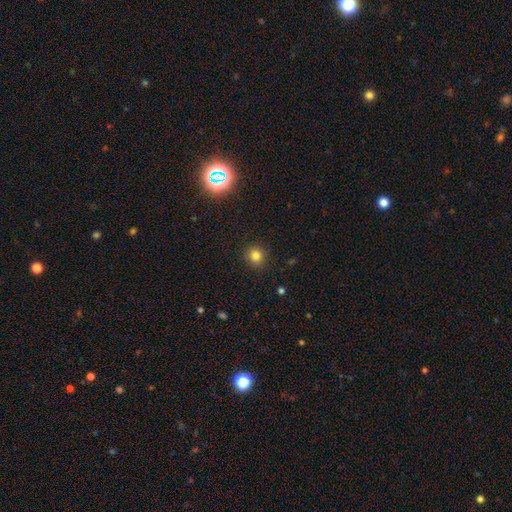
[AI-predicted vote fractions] smooth_or_featured: smooth (p=0.81) [alt: star or artifact p=0.14]
how_rounded: round (p=0.87) [alt: in between p=0.12]
merging: none (p=0.90) [alt: minor disturbance p=0.07]